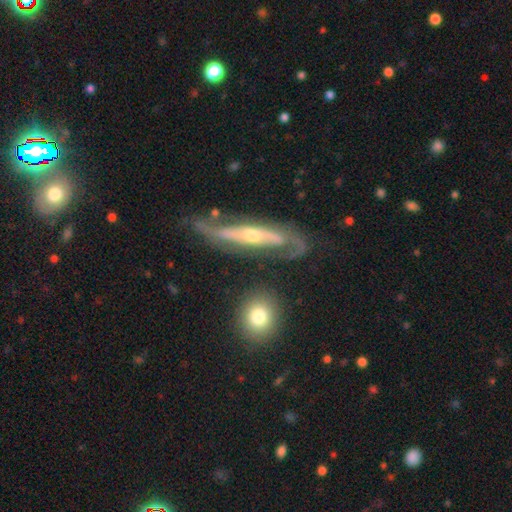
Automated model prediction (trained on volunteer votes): Smooth or featured? featured or disk (80%)
Edge-on disk? no (59%)
Merging? none (68%)